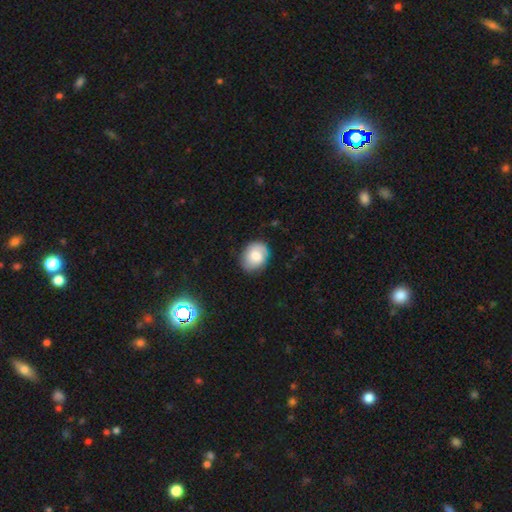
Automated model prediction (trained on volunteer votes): A smooth galaxy with no disk features (60%) that is in between round and cigar-shaped (50%).

Vote fractions:
- Smooth or featured? smooth: 60% / featured or disk: 32% / star or artifact: 8%
- How rounded? in between: 50% / round: 49% / cigar-shaped: 1%
- Merging? none: 78% / minor disturbance: 17% / major disturbance: 4% / merger: 1%